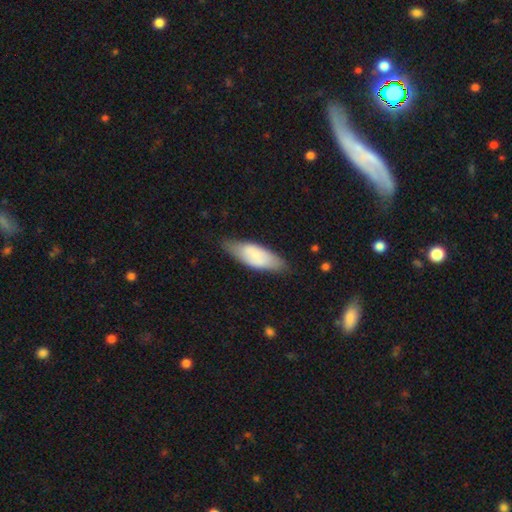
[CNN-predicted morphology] A smooth galaxy with no disk features (67%) that is in between round and cigar-shaped (71%). Merging: none (73%).